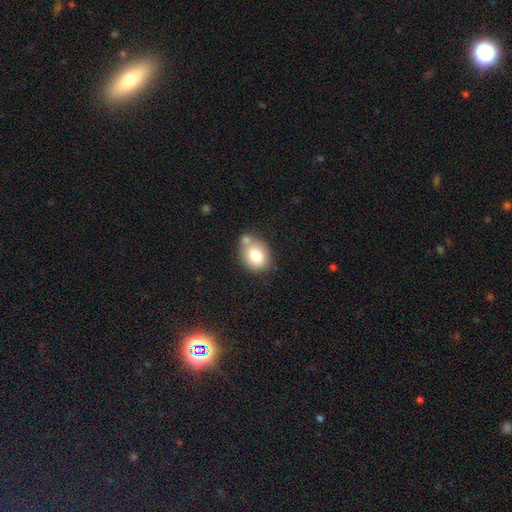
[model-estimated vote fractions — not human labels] Smooth or featured?
  - smooth: 76% *
  - featured or disk: 15%
  - star or artifact: 9%
How rounded?
  - round: 52% *
  - in between: 48%
  - cigar-shaped: 1%
Merging?
  - none: 55% *
  - merger: 24%
  - minor disturbance: 16%
  - major disturbance: 4%